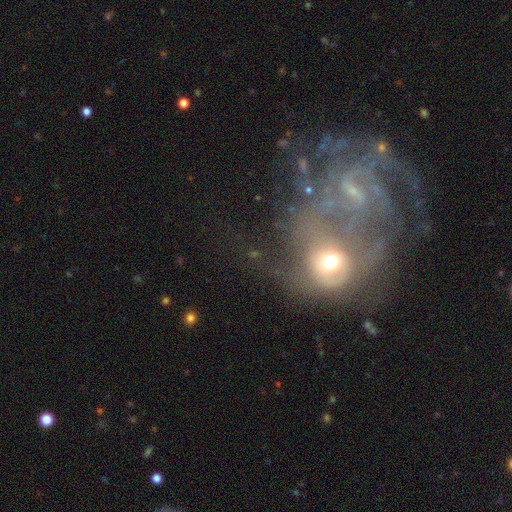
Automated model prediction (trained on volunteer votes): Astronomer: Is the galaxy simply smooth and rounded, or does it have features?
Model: featured or disk — 65%.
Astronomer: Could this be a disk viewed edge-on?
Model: no — 96%.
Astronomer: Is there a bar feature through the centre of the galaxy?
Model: no — 62%.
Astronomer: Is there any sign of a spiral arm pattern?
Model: yes — 71%.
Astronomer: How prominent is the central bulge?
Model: small — 42% (runner-up: moderate, 40%).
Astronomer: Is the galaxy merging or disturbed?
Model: merger — 47%.